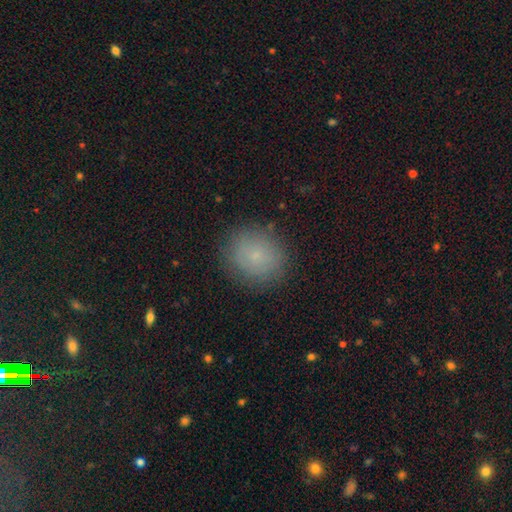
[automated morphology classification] Smooth or featured: smooth — 78% (star or artifact — 12%)
How rounded: round — 77% (in between — 22%)
Merging: none — 86% (minor disturbance — 10%)